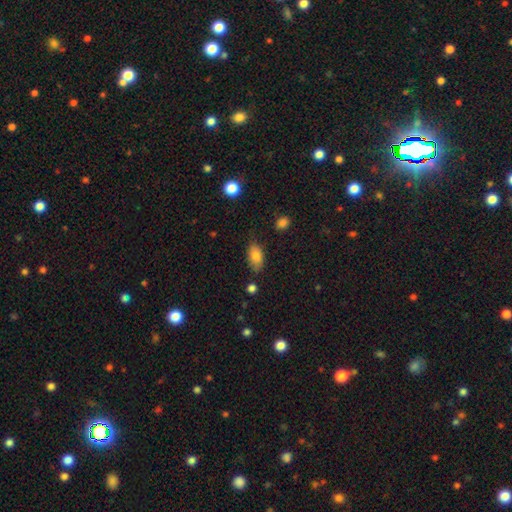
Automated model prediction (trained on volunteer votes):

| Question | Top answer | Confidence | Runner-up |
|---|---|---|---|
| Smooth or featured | smooth | 82% | featured or disk (10%) |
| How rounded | in between | 92% | round (4%) |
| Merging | none | 73% | minor disturbance (20%) |